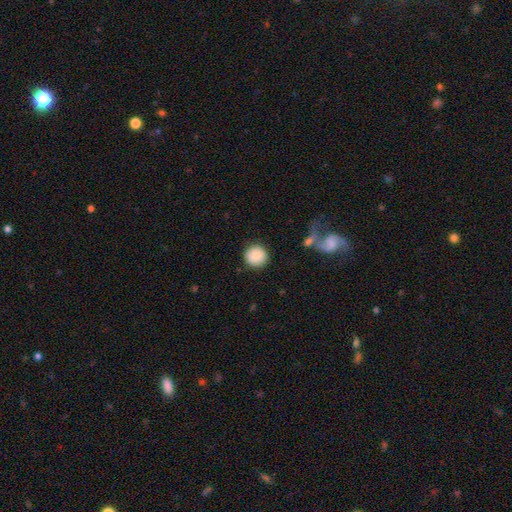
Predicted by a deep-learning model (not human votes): Smooth or featured? Predicted: smooth (p=0.87). How rounded? Predicted: round (p=0.94). Merging? Predicted: none (p=0.88).